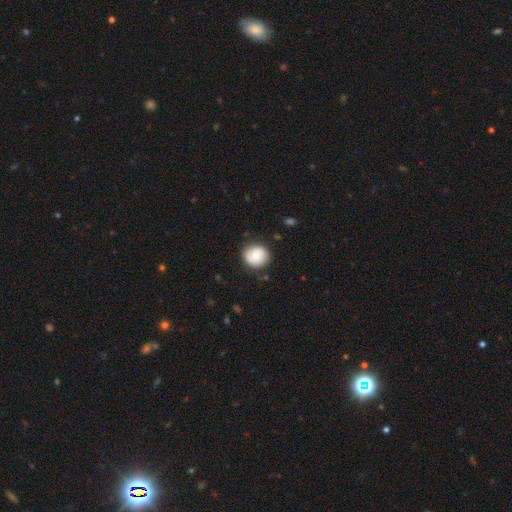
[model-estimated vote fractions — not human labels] Smooth or featured? Predicted: smooth (p=0.65). How rounded? Predicted: round (p=0.88). Merging? Predicted: none (p=0.84).